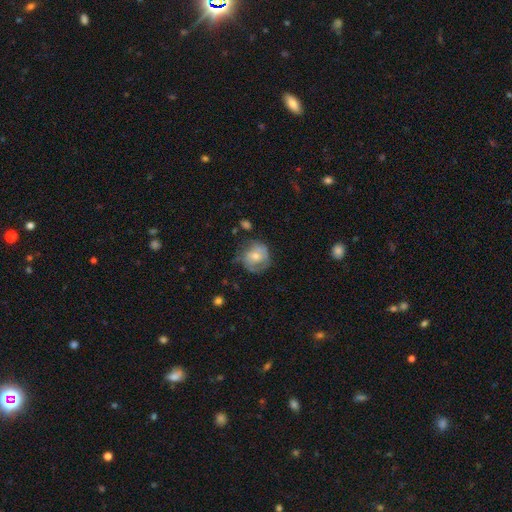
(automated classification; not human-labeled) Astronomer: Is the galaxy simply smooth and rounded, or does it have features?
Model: featured or disk — 46%, tied with smooth at 46%.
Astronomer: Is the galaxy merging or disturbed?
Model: none — 54%.